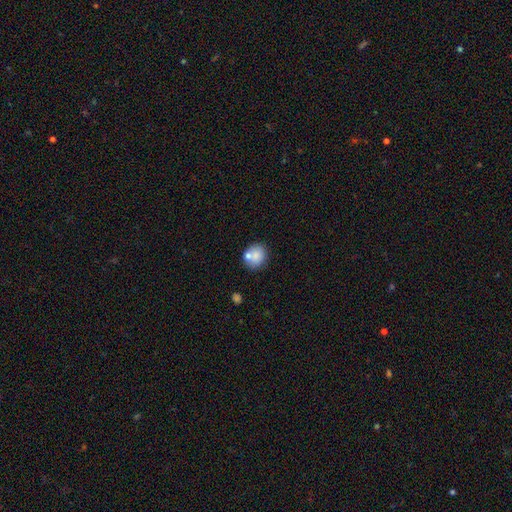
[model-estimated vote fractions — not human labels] Smooth or featured? smooth (78%)
How rounded? round (70%)
Merging? none (63%)